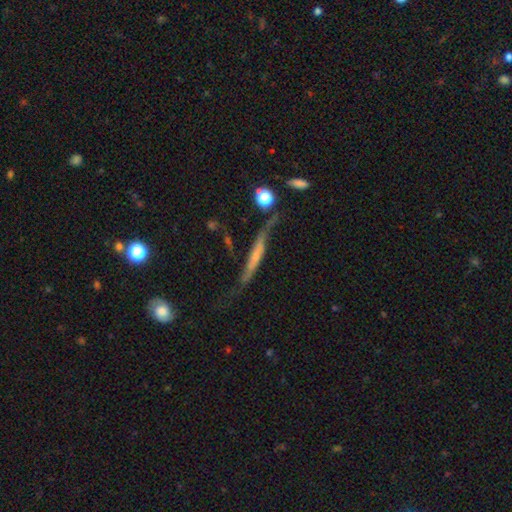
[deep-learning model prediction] Smooth or featured? featured or disk (63%)
Edge-on disk? yes (72%)
Merging? none (50%)